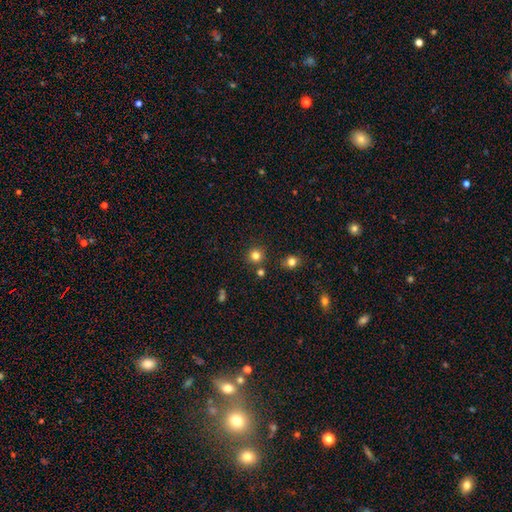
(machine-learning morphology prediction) Smooth or featured: smooth — 81% (star or artifact — 14%)
How rounded: round — 93% (in between — 6%)
Merging: none — 84% (merger — 7%)